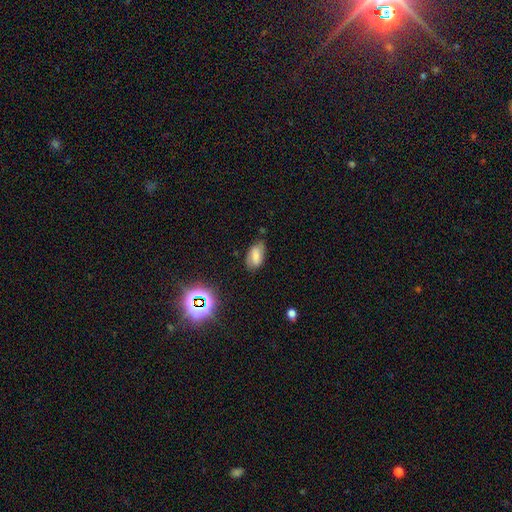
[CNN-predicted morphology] Overall: smooth (60%; featured or disk 27%). How rounded: in between (91%). Merging: none (69%).